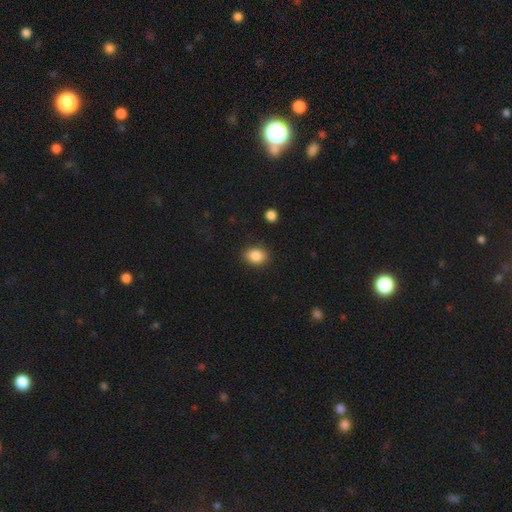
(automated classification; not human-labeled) A smooth galaxy with no disk features (87%) that is in between round and cigar-shaped (61%).

Vote fractions:
- Smooth or featured? smooth: 87% / star or artifact: 9% / featured or disk: 4%
- How rounded? in between: 61% / round: 38% / cigar-shaped: 1%
- Merging? none: 87% / minor disturbance: 9% / major disturbance: 3% / merger: 2%